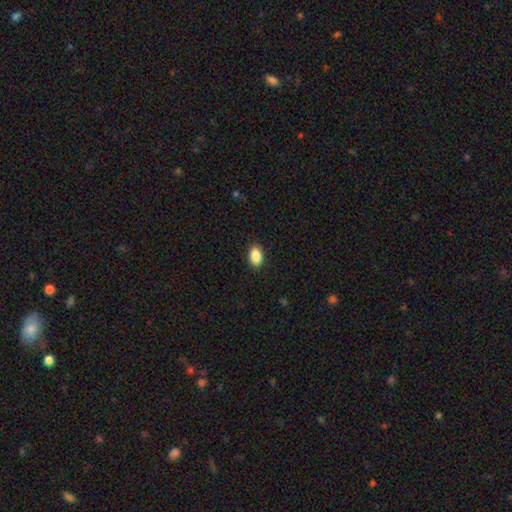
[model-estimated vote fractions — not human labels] Smooth or featured: smooth — 89% (star or artifact — 7%)
How rounded: in between — 90% (round — 9%)
Merging: none — 90% (minor disturbance — 7%)